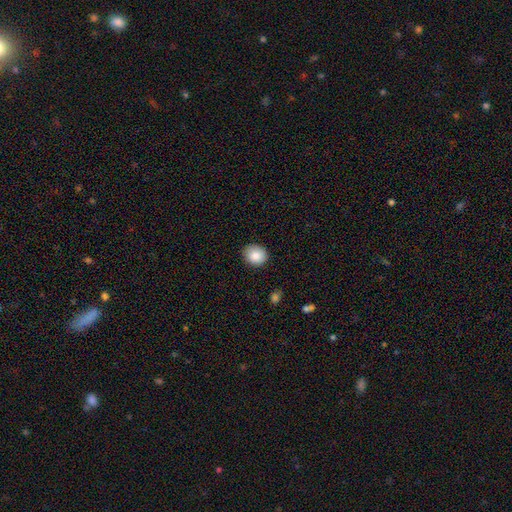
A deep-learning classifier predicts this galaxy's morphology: Overall: smooth (87%). How rounded: round (77%). Merging: none (88%).